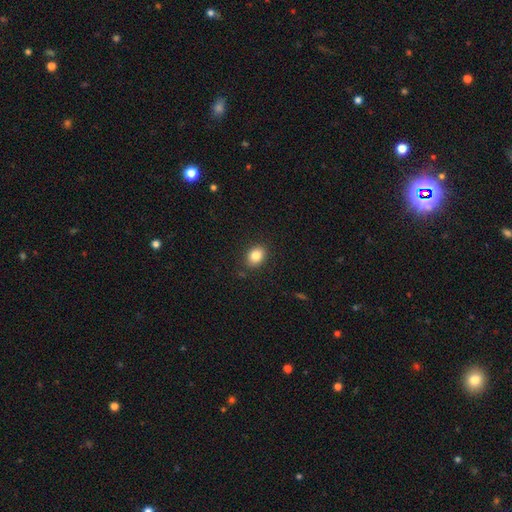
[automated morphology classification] Smooth or featured: smooth — 84% (star or artifact — 10%)
How rounded: in between — 63% (round — 36%)
Merging: none — 87% (minor disturbance — 10%)